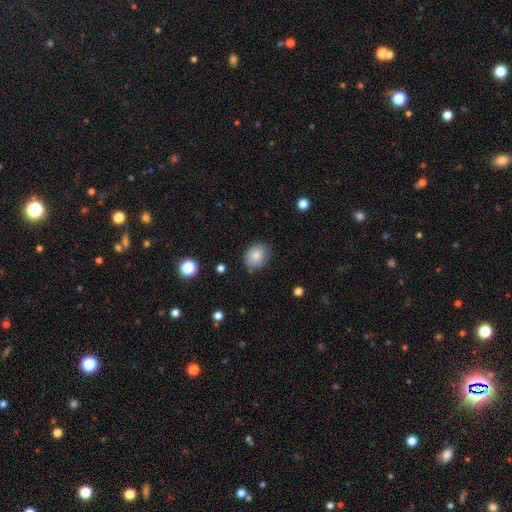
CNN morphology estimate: Q: Smooth or featured?
A: smooth (84%); runner-up: star or artifact (9%)
Q: How rounded?
A: round (51%); runner-up: in between (48%)
Q: Merging?
A: none (78%); runner-up: minor disturbance (17%)